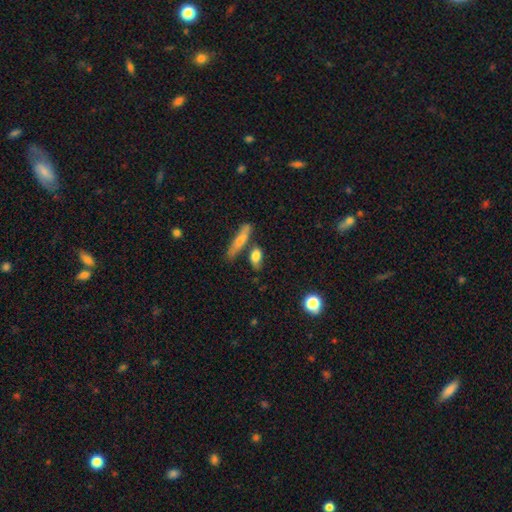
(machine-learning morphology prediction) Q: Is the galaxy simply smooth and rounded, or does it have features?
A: smooth — 73%.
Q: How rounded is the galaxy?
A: in between — 62%.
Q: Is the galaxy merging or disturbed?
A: none — 60%.